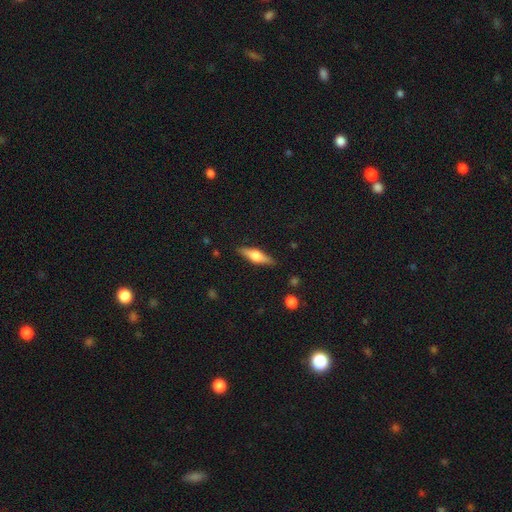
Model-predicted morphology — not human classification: The model was most divided on "smooth or featured": featured or disk: 54%, smooth: 40%, star or artifact: 6%. More confident: edge-on disk — yes (95%); edge-on bulge — rounded (89%); merging — none (87%).